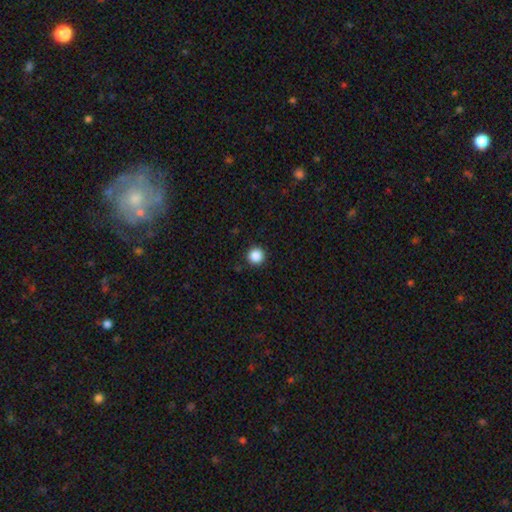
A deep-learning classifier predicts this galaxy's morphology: This appears to be a smooth galaxy with no disk features (87%) that is round (96%). Merging: none (93%).